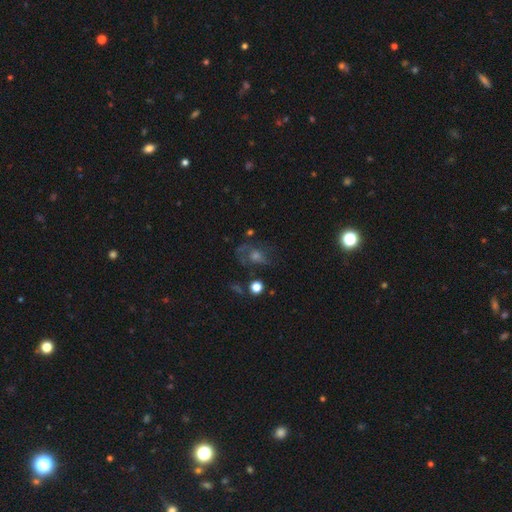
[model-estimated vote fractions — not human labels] A featured or disk galaxy (49%). Merging: none (53%).